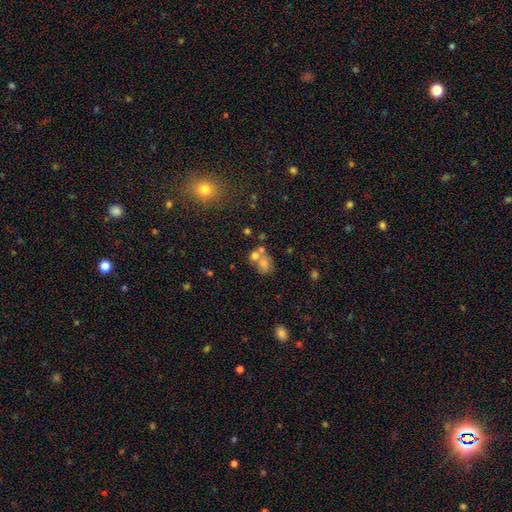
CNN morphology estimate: smooth-or-featured: smooth: 62% | featured or disk: 22% | star or artifact: 16%
  how-rounded: round: 57% | in between: 41% | cigar-shaped: 1%
  merging: merger: 51% | none: 33% | minor disturbance: 10% | major disturbance: 7%